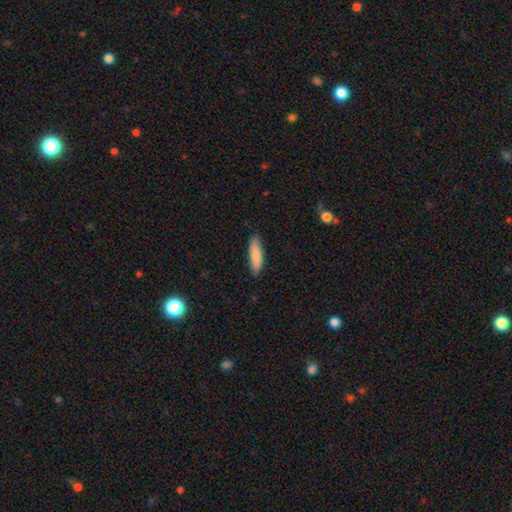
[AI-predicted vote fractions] Smooth or featured? Predicted: smooth (p=0.84). How rounded? Predicted: cigar-shaped (p=0.67). Merging? Predicted: none (p=0.87).